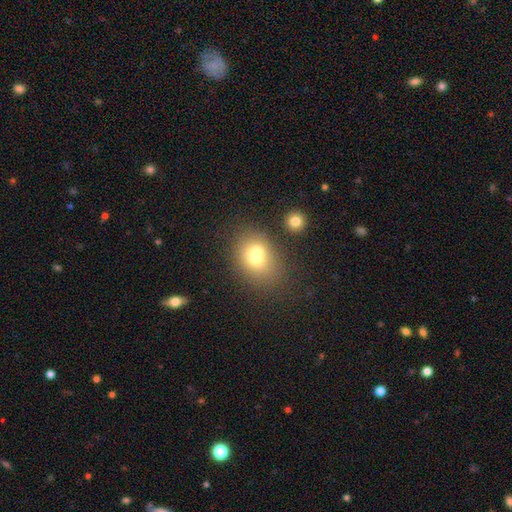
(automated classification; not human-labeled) smooth-or-featured: smooth: 67% | featured or disk: 22% | star or artifact: 12%
  how-rounded: in between: 56% | round: 42% | cigar-shaped: 1%
  merging: merger: 48% | none: 37% | minor disturbance: 11% | major disturbance: 5%